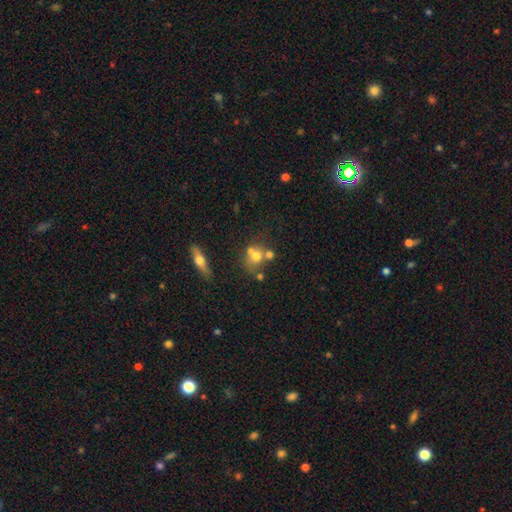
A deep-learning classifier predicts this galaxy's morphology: Overall: smooth (61%; featured or disk 26%). How rounded: round (73%). Merging: merger (43%; none 40%).